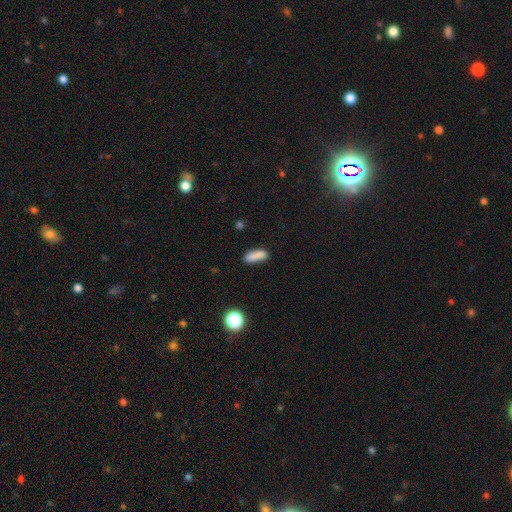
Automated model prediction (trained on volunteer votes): Q: Smooth or featured?
A: smooth (82%); runner-up: star or artifact (9%)
Q: How rounded?
A: in between (55%); runner-up: cigar-shaped (42%)
Q: Merging?
A: none (65%); runner-up: minor disturbance (19%)